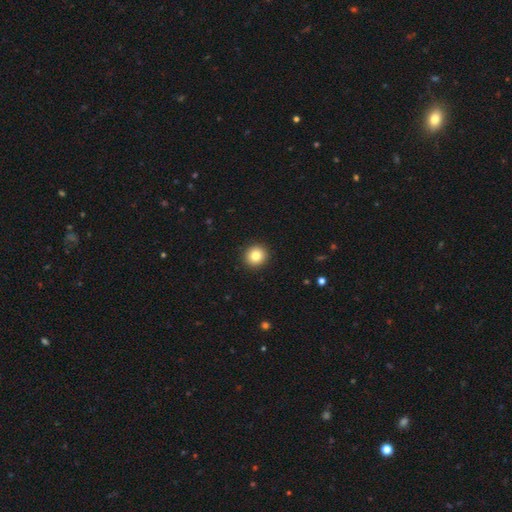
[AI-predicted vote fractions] Smooth or featured? smooth (83%)
How rounded? round (91%)
Merging? none (93%)